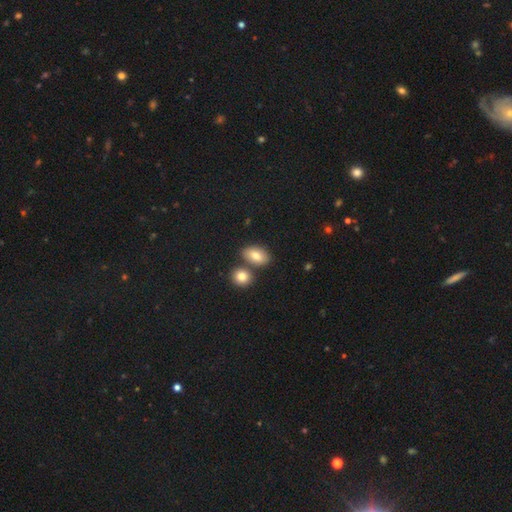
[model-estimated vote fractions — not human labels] Morphology: type=smooth (81%); roundness=in between (87%); merging=none (63%).